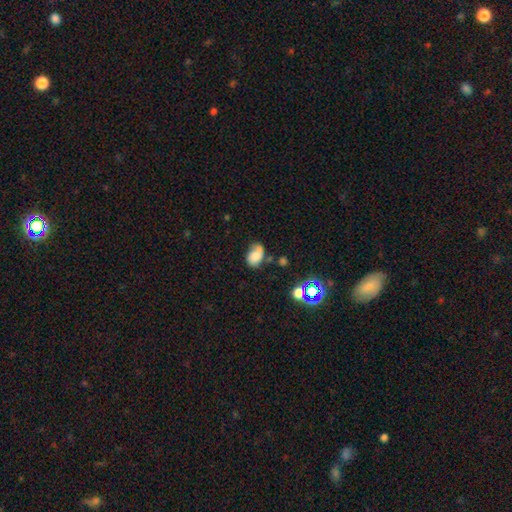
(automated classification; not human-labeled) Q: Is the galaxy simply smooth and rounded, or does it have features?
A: smooth — 61%.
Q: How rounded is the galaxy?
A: in between — 75%.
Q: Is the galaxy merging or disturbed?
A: none — 45%.